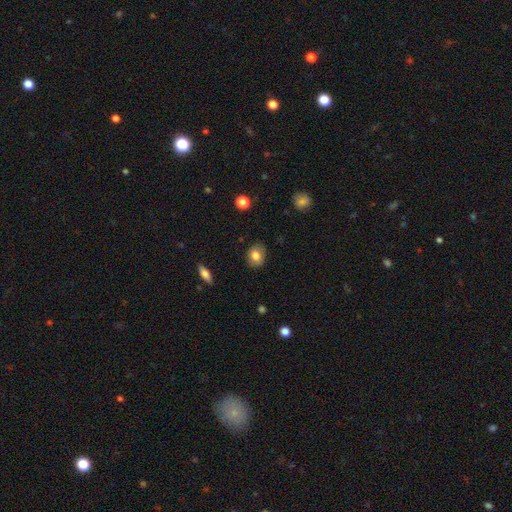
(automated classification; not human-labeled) smooth_or_featured: smooth (p=0.79) [alt: featured or disk p=0.12]
how_rounded: in between (p=0.56) [alt: round p=0.43]
merging: none (p=0.84) [alt: minor disturbance p=0.12]